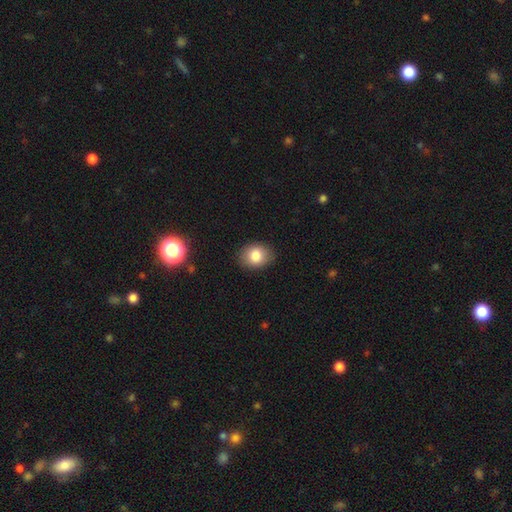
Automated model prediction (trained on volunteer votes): A smooth galaxy with no disk features (82%) that is in between round and cigar-shaped (60%).

Vote fractions:
- Smooth or featured? smooth: 82% / star or artifact: 10% / featured or disk: 9%
- How rounded? in between: 60% / round: 39% / cigar-shaped: 1%
- Merging? none: 86% / minor disturbance: 10% / major disturbance: 2% / merger: 1%